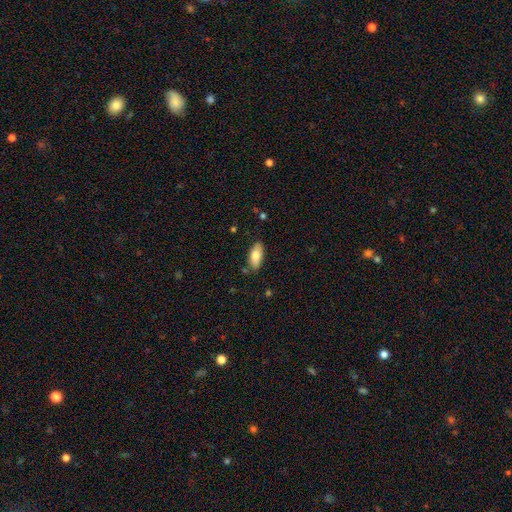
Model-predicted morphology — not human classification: This appears to be a smooth galaxy with no disk features (81%) that is in between round and cigar-shaped (86%). Merging: none (82%).